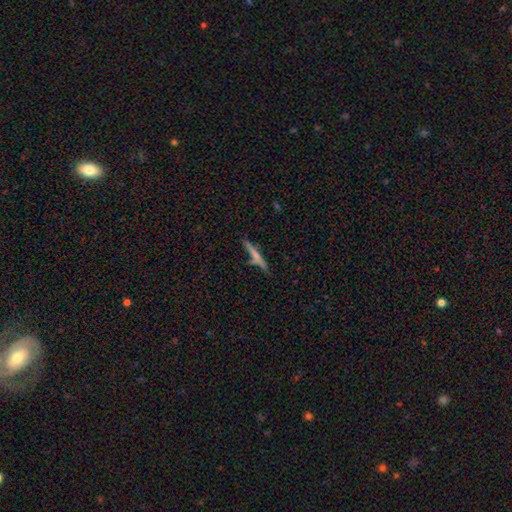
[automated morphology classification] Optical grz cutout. It shows a smooth galaxy with no disk features (50%) that is cigar-shaped (92%). Merging: none (71%).